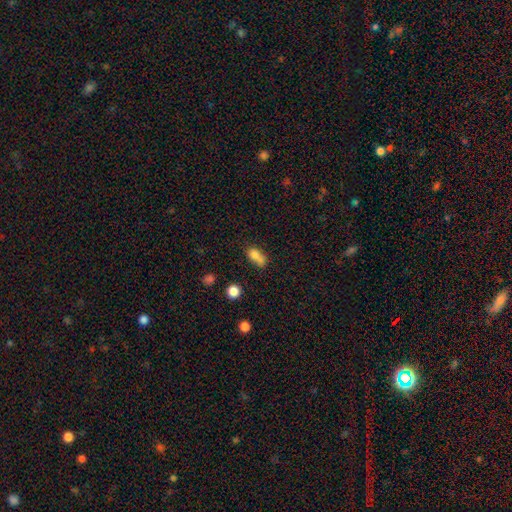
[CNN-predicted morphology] Overall: smooth (75%). How rounded: in between (68%; round 28%). Merging: merger (47%; none 30%).